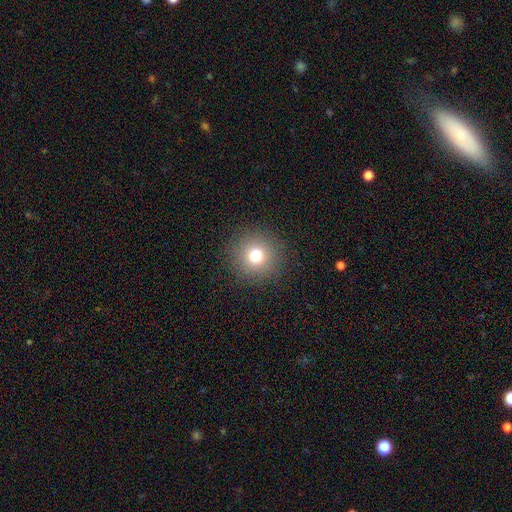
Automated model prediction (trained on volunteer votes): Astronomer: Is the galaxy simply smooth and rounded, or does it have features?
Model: smooth — 74%.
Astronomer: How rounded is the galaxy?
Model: round — 95%.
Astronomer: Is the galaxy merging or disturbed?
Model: none — 91%.